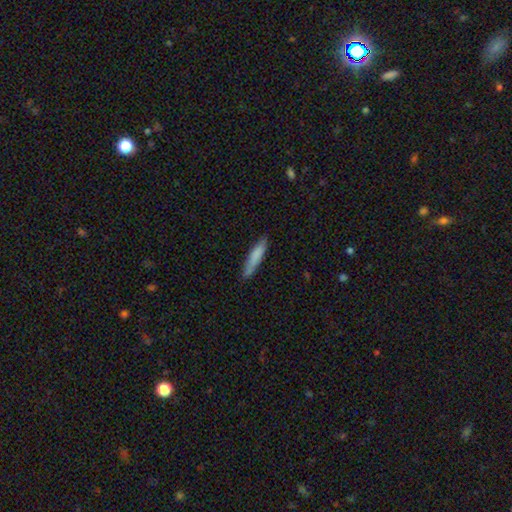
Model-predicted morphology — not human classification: Smooth or featured? smooth (79%)
How rounded? cigar-shaped (88%)
Merging? none (82%)